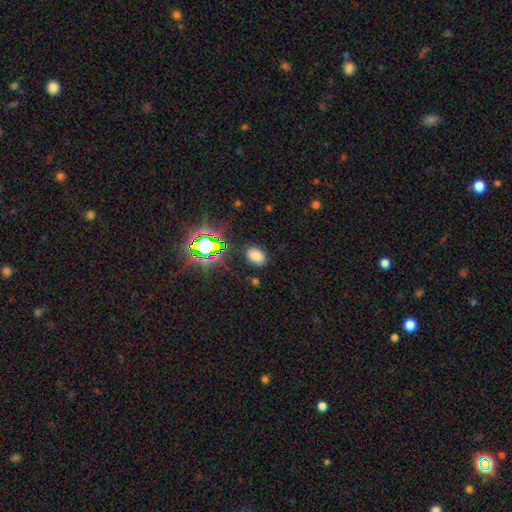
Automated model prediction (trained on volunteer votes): This appears to be a smooth galaxy with no disk features (71%) that is in between round and cigar-shaped (83%). Merging: none (80%).